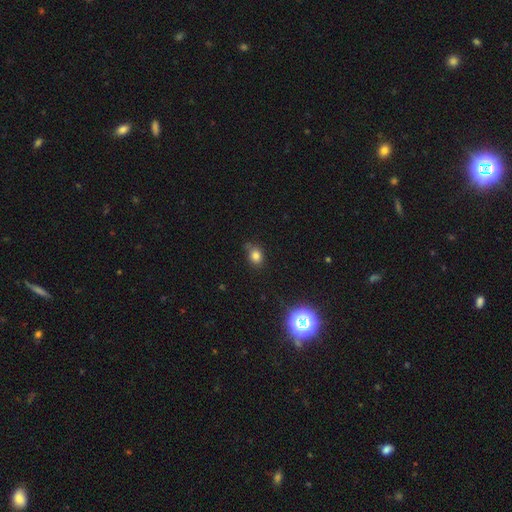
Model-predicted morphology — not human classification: This is likely a smooth galaxy (79%). How rounded: possibly round (57%). Merging: likely none (69%).